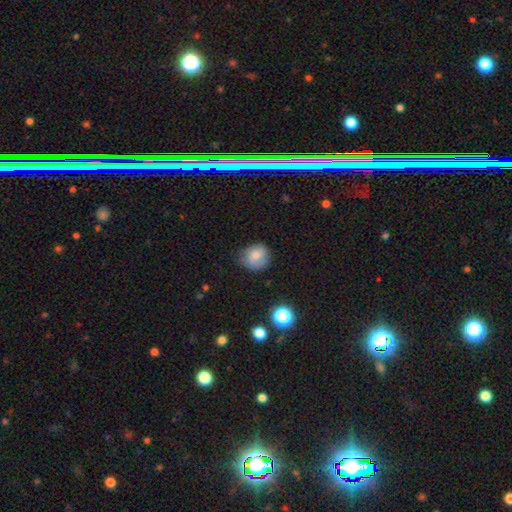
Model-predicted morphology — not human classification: The model was most divided on "merging": none: 68%, minor disturbance: 25%, major disturbance: 6%, merger: 2%. More confident: smooth or featured — smooth (77%); how rounded — round (74%).